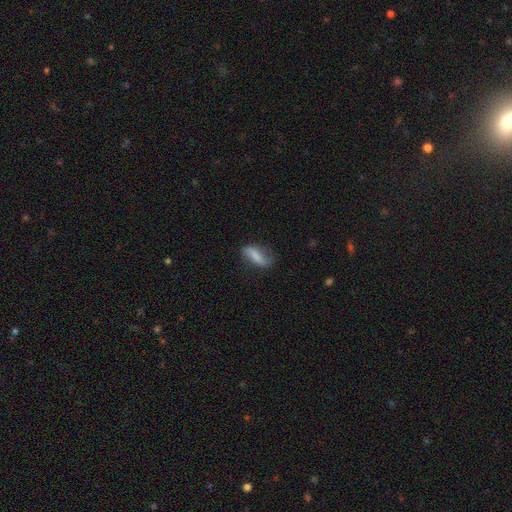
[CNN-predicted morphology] The model was most divided on "how rounded": in between: 65%, cigar-shaped: 31%, round: 4%. More confident: smooth or featured — smooth (64%); merging — none (63%).